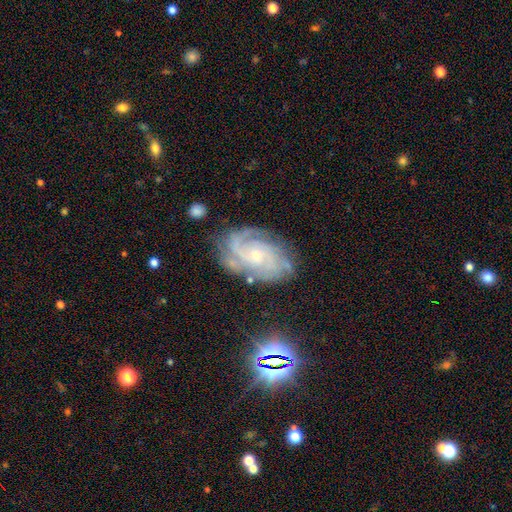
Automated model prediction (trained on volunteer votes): Smooth or featured? Predicted: featured or disk (p=0.87). Edge-on disk? Predicted: no (p=0.97). Bar? Predicted: no (p=0.72). Spiral arms? Predicted: yes (p=0.98). Spiral winding? Predicted: tight (p=0.64). Spiral arm count? Predicted: 3 (p=0.30). Bulge size? Predicted: small (p=0.71). Merging? Predicted: none (p=0.71).